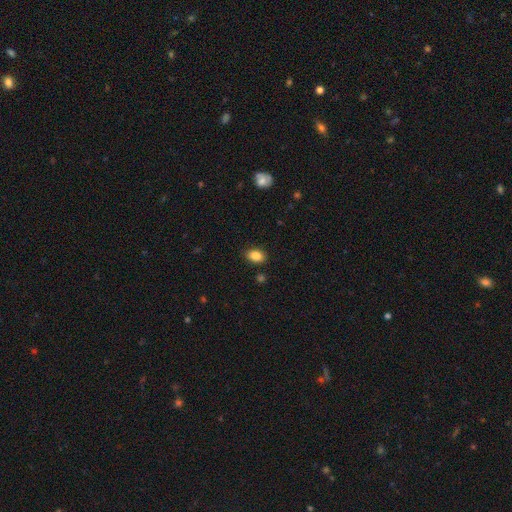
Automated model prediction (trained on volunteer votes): A smooth galaxy with no disk features (85%) that is in between round and cigar-shaped (79%).

Vote fractions:
- Smooth or featured? smooth: 85% / star or artifact: 9% / featured or disk: 6%
- How rounded? in between: 79% / round: 20% / cigar-shaped: 1%
- Merging? none: 87% / minor disturbance: 9% / major disturbance: 2% / merger: 2%